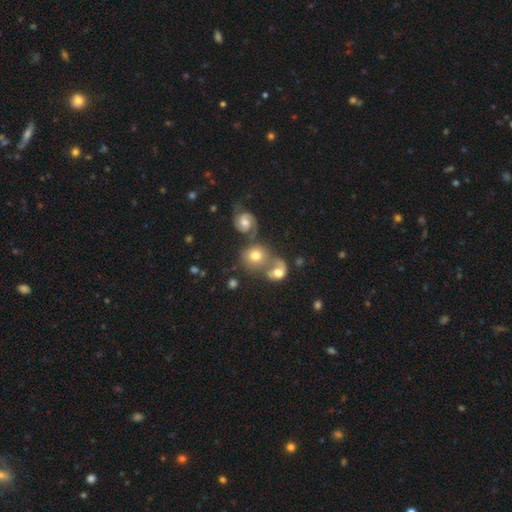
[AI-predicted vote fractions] Smooth or featured? smooth (53%)
How rounded? round (73%)
Merging? merger (51%)